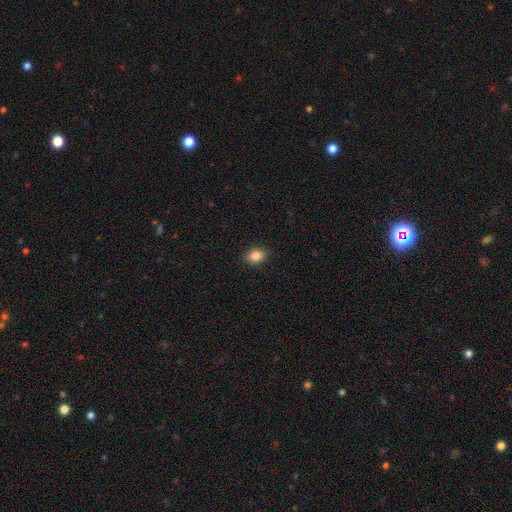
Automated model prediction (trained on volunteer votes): This is clearly a smooth galaxy (85%). How rounded: likely in between (69%). Merging: clearly none (90%).